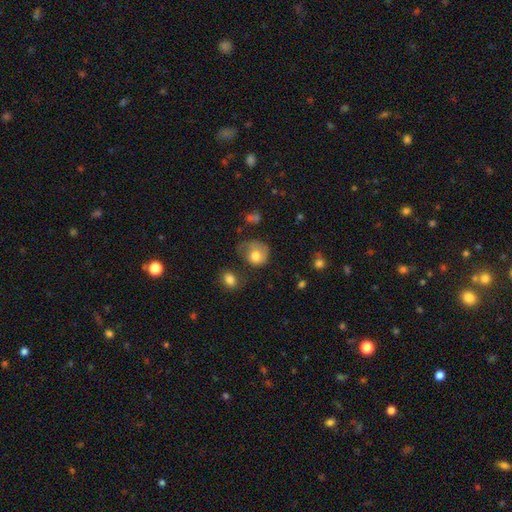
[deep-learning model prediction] Smooth or featured? Predicted: smooth (p=0.69). How rounded? Predicted: round (p=0.66). Merging? Predicted: none (p=0.33).